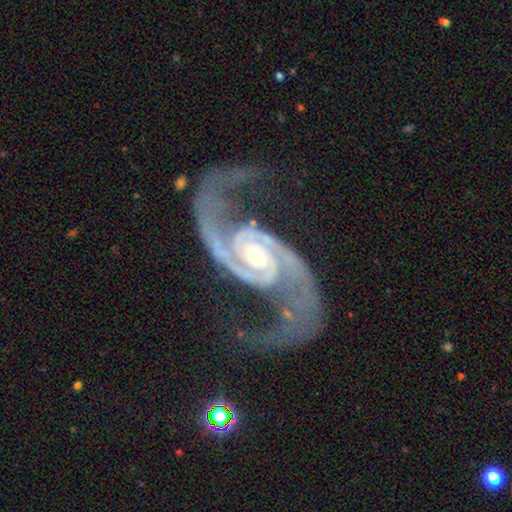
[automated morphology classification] Overall: featured or disk (95%). Edge-on disk: no (98%). Bar: no (48%; weak 35%). Spiral arms: yes (99%). Spiral arm count: 2 (94%). Spiral winding: medium (55%; loose 27%). Bulge size: moderate (46%; small 43%). Merging: none (68%).